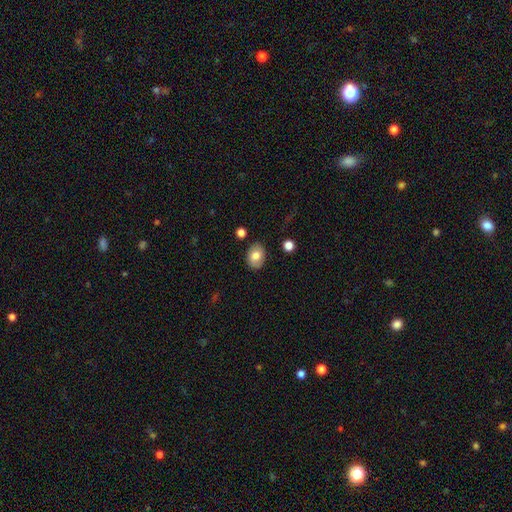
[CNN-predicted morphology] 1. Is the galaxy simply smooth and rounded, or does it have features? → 79% smooth, 13% featured or disk, 8% star or artifact.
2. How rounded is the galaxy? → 71% in between, 28% round, 1% cigar-shaped.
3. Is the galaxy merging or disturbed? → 86% none, 10% minor disturbance, 2% major disturbance, 2% merger.